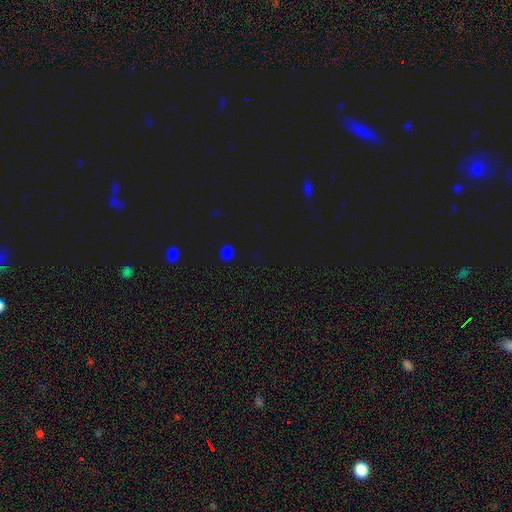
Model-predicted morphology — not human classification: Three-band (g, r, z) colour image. It shows a smooth galaxy with no disk features (57%) that is round (75%). Merging: none (90%).